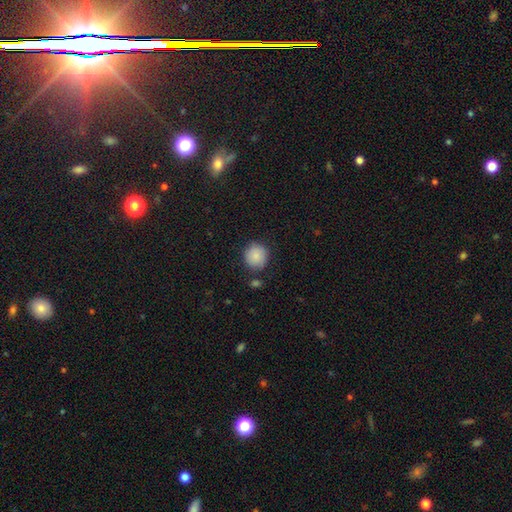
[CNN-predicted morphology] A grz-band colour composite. It shows a smooth galaxy with no disk features (87%) that is round (90%). Merging: none (81%).